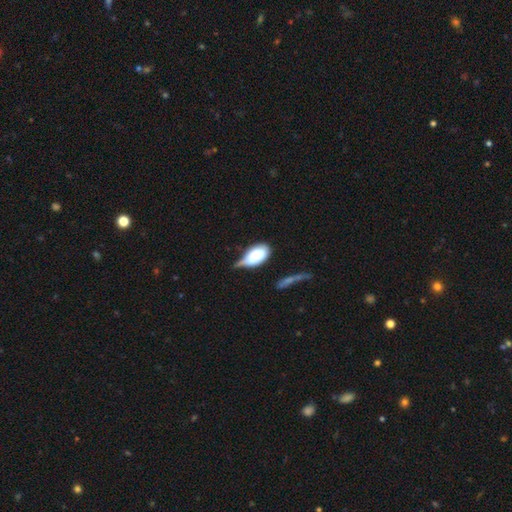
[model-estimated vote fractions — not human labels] This is likely a smooth galaxy (71%). How rounded: clearly in between (91%). Merging: marginally minor disturbance (44%).